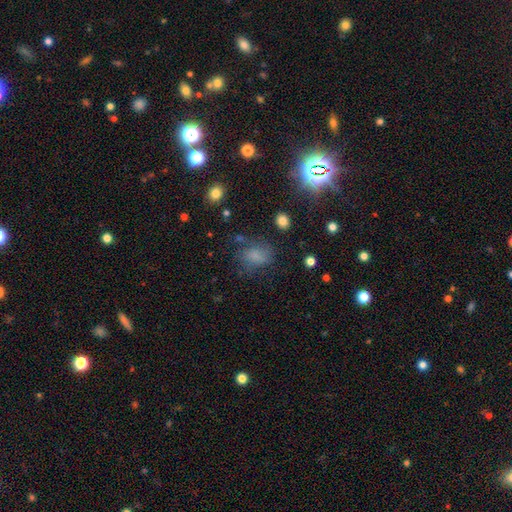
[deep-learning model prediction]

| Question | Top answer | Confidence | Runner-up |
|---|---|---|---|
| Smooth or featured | smooth | 67% | star or artifact (19%) |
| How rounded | in between | 68% | round (30%) |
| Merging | none | 57% | minor disturbance (23%) |